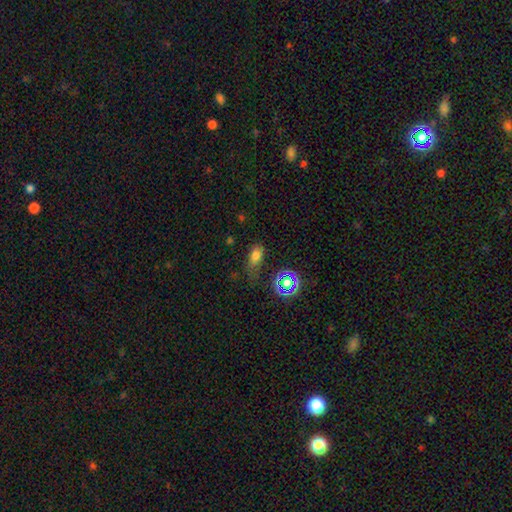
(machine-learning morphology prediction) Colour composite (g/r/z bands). It shows a smooth galaxy with no disk features (72%) that is in between round and cigar-shaped (80%). Merging: none (57%).